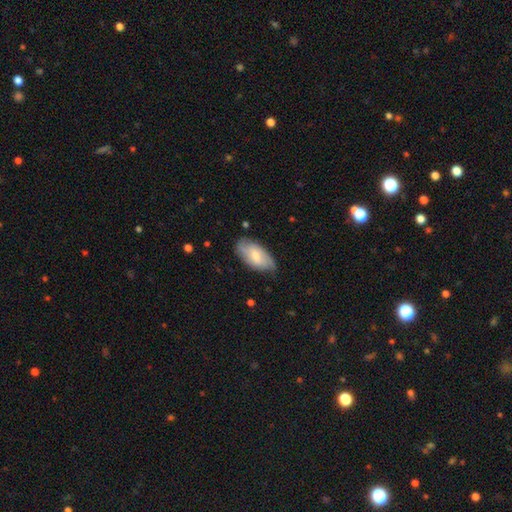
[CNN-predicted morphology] Smooth or featured? Predicted: smooth (p=0.50). Merging? Predicted: none (p=0.72).